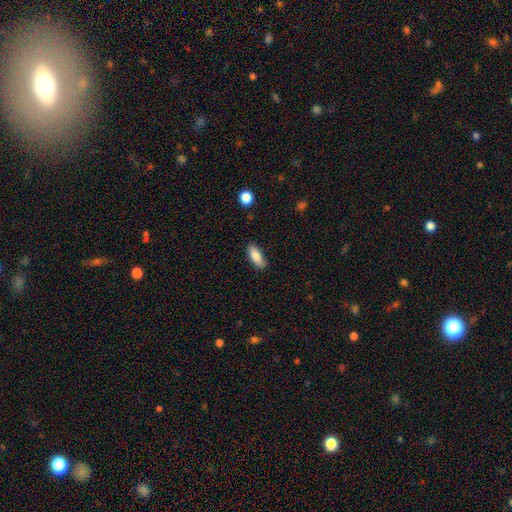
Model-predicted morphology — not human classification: The model was most divided on "how rounded": in between: 80%, cigar-shaped: 18%, round: 2%. More confident: smooth or featured — smooth (84%); merging — none (81%).